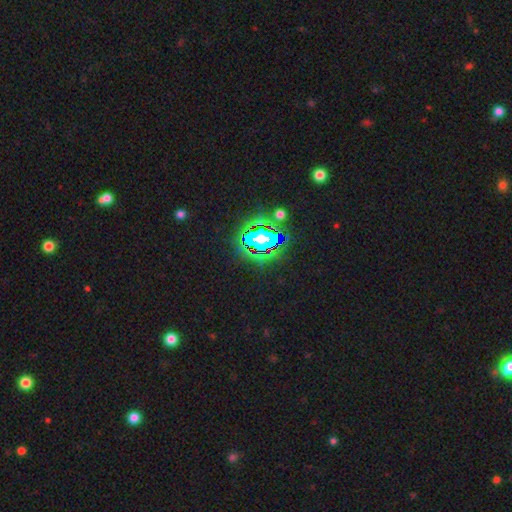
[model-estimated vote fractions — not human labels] Smooth or featured?
  - star or artifact: 83% *
  - smooth: 10%
  - featured or disk: 7%